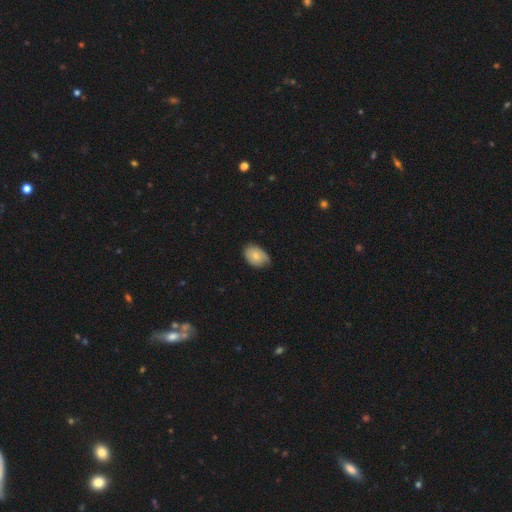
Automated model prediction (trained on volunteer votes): A smooth galaxy with no disk features (80%) that is in between round and cigar-shaped (82%). Merging: none (69%).